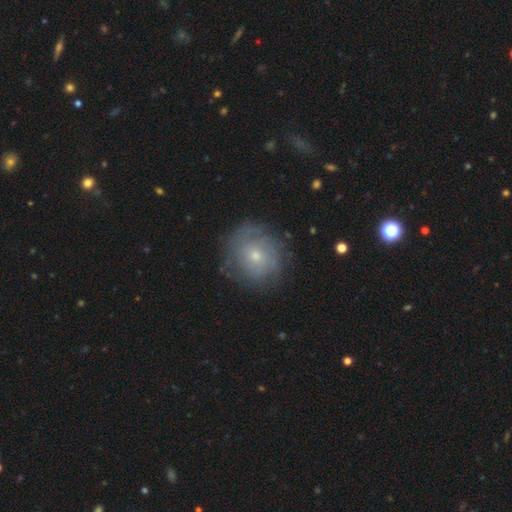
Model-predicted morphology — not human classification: Smooth or featured?
  - featured or disk: 55% *
  - smooth: 36%
  - star or artifact: 10%
Edge-on disk?
  - no: 97% *
  - yes: 3%
Bar?
  - no: 84% *
  - weak: 14%
  - strong: 2%
Spiral arms?
  - yes: 70% *
  - no: 30%
Bulge size?
  - small: 61% *
  - moderate: 35%
  - large: 2%
  - none: 1%
  - dominant: 1%
Merging?
  - none: 76% *
  - minor disturbance: 16%
  - major disturbance: 7%
  - merger: 1%